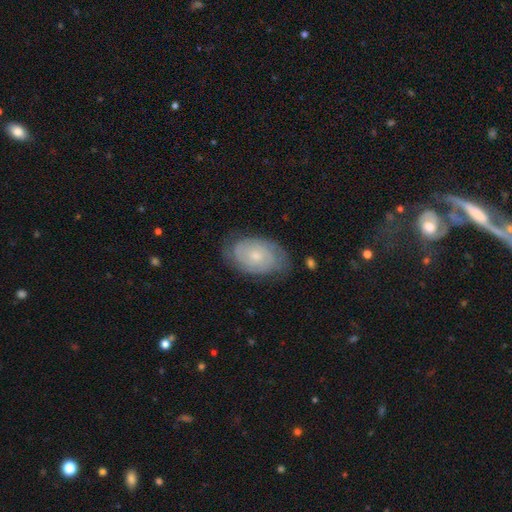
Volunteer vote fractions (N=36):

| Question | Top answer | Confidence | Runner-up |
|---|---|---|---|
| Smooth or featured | featured or disk | 94% | smooth (6%) |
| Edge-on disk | no | 100% | — |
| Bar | no | 74% | weak (21%) |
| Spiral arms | yes | 97% | no (3%) |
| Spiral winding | tight | 91% | medium (9%) |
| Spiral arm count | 2 | 67% | can't tell (24%) |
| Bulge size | small | 53% | moderate (41%) |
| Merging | none | 86% | minor disturbance (11%) |